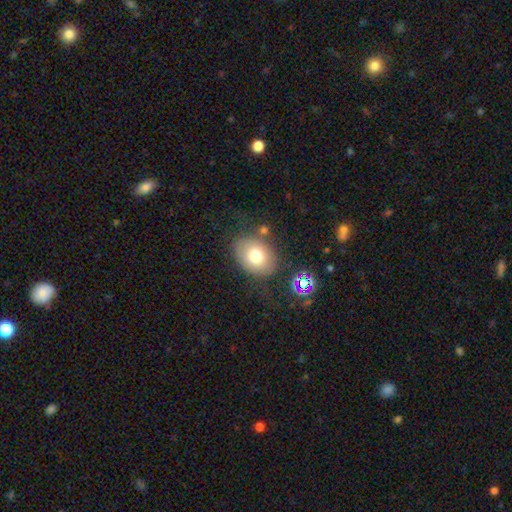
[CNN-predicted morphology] The model was most divided on "how rounded": in between: 65%, round: 34%, cigar-shaped: 1%. More confident: smooth or featured — smooth (74%); merging — none (72%).